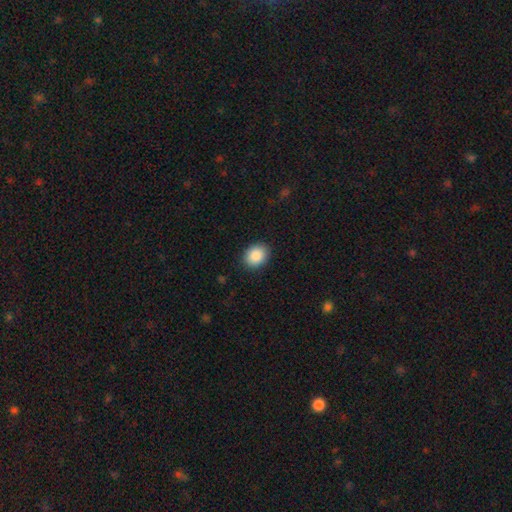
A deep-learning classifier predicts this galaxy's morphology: A smooth galaxy with no disk features (89%) that is round (50%). Merging: none (89%).